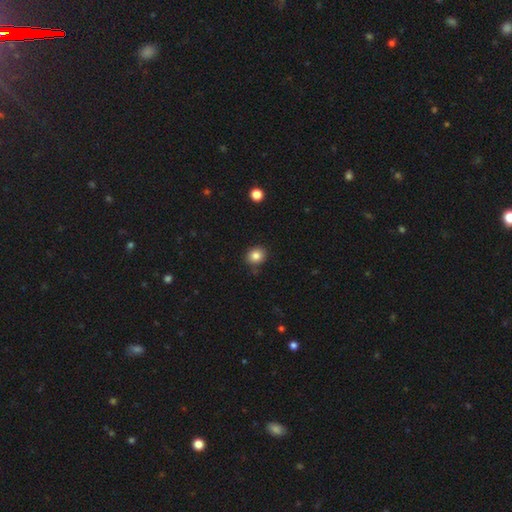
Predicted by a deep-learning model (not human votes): Smooth or featured? smooth (84%)
How rounded? round (72%)
Merging? none (87%)